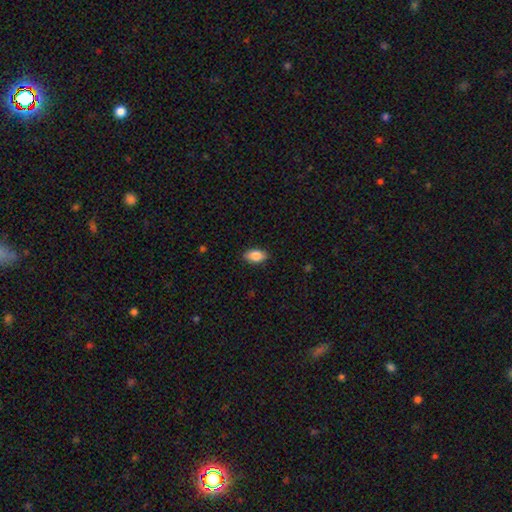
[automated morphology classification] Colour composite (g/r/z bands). It shows a smooth galaxy with no disk features (86%) that is in between round and cigar-shaped (92%). Merging: none (88%).